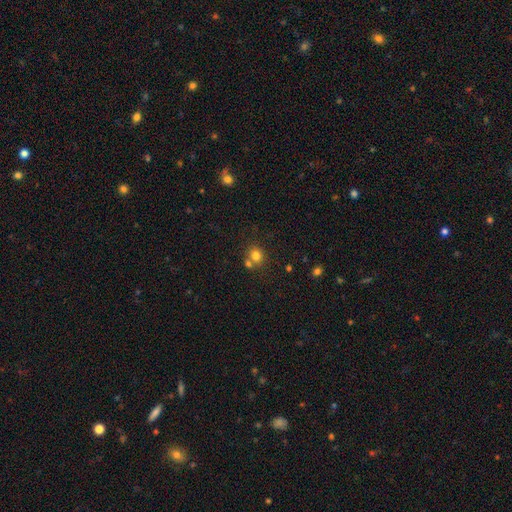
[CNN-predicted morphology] Smooth or featured? Predicted: smooth (p=0.78). How rounded? Predicted: round (p=0.72). Merging? Predicted: none (p=0.59).